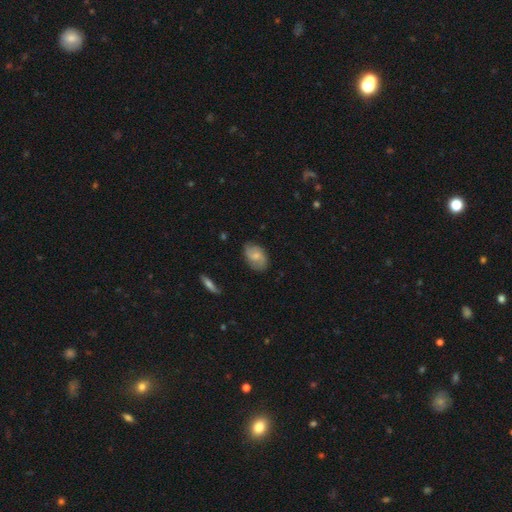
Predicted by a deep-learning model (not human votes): Overall: smooth (54%; featured or disk 39%). How rounded: in between (87%). Merging: none (76%).